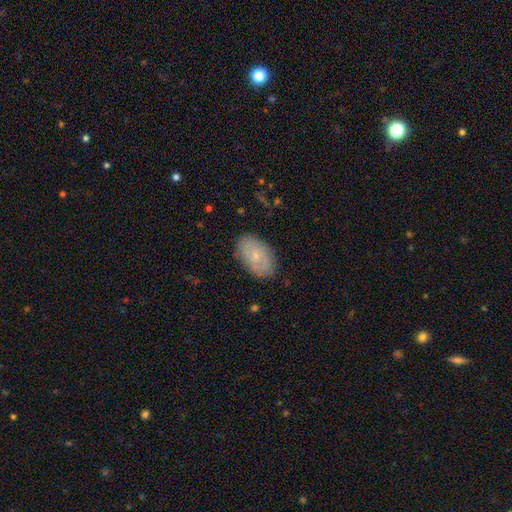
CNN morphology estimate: smooth_or_featured: smooth (p=0.50) [alt: featured or disk p=0.42]
how_rounded: in between (p=0.91) [alt: round p=0.07]
merging: none (p=0.83) [alt: minor disturbance p=0.13]